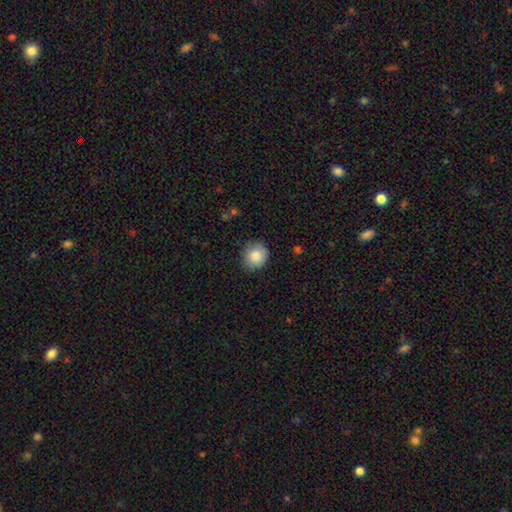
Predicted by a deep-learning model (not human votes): The model was most divided on "merging": none: 82%, minor disturbance: 14%, major disturbance: 3%, merger: 1%. More confident: how rounded — round (85%); smooth or featured — smooth (84%).